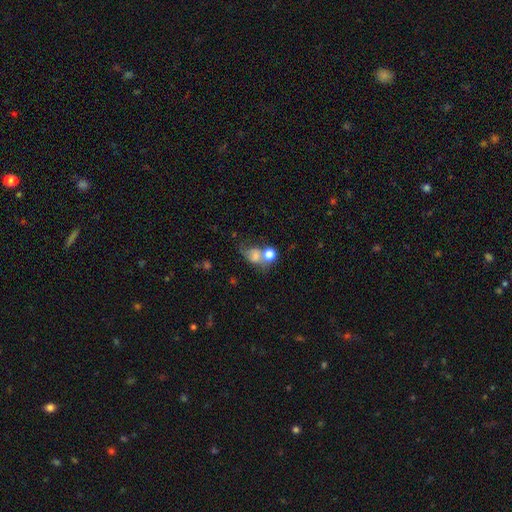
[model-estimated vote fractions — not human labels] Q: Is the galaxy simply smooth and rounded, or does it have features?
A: smooth — 63%.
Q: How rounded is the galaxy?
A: round — 51%.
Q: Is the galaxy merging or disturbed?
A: merger — 51%.